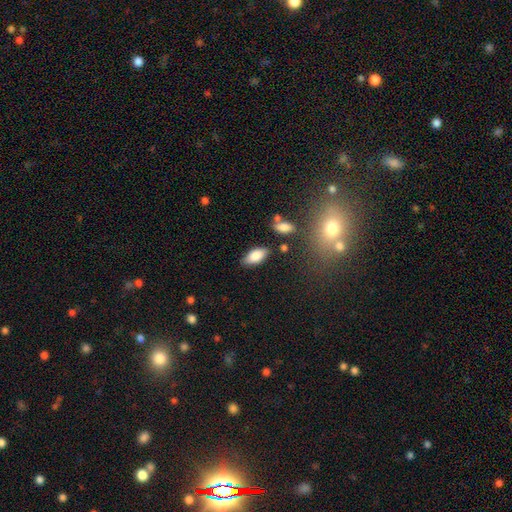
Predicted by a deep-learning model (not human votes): smooth_or_featured: smooth (p=0.83) [alt: featured or disk p=0.10]
how_rounded: in between (p=0.89) [alt: cigar-shaped p=0.08]
merging: none (p=0.82) [alt: minor disturbance p=0.12]